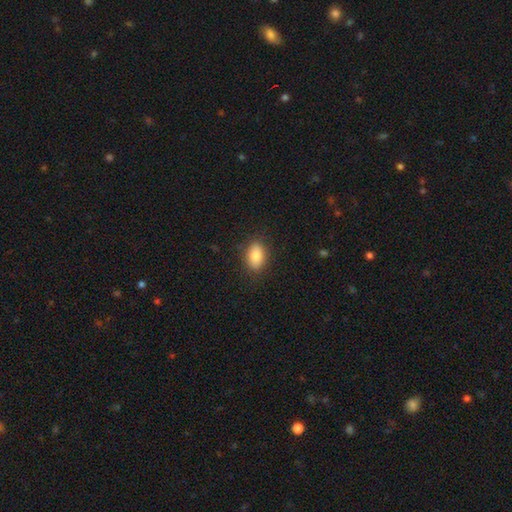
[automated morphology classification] smooth 82%, featured or disk 10%, star or artifact 8%. Down the decision tree: how rounded — in between (86%); merging — none (86%).